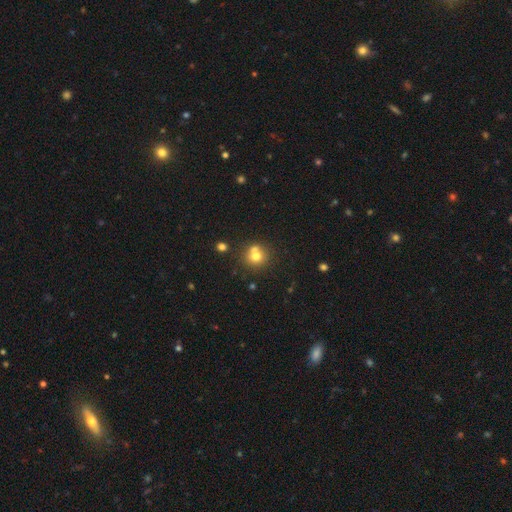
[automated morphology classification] A smooth galaxy with no disk features (72%) that is round (87%). Merging: none (54%).